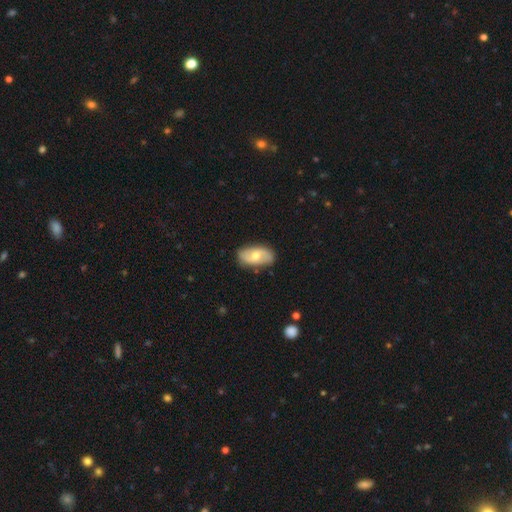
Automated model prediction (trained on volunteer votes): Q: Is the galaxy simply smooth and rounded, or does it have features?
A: featured or disk — 51%.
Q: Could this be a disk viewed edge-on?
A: no — 92%.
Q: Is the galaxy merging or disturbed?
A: none — 82%.